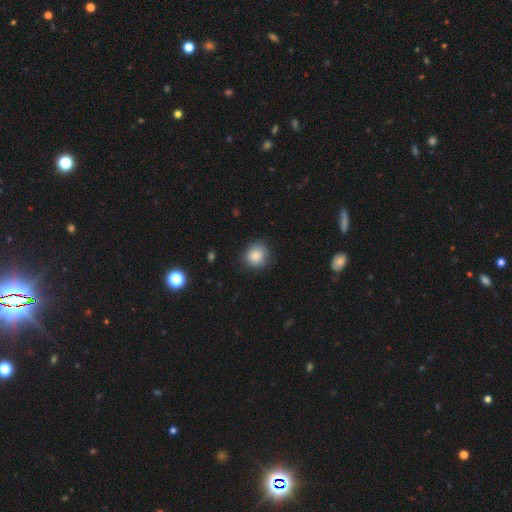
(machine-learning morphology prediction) This appears to be a smooth galaxy with no disk features (85%) that is round (87%). Merging: none (81%).